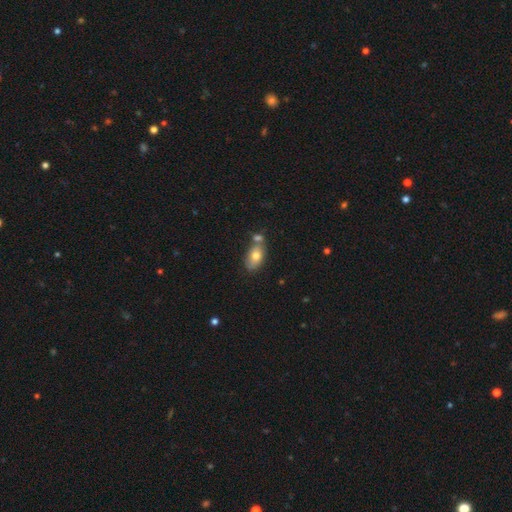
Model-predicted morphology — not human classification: Smooth or featured?
  - smooth: 74% *
  - featured or disk: 18%
  - star or artifact: 8%
How rounded?
  - in between: 89% *
  - round: 9%
  - cigar-shaped: 2%
Merging?
  - none: 47% *
  - merger: 33%
  - minor disturbance: 16%
  - major disturbance: 5%